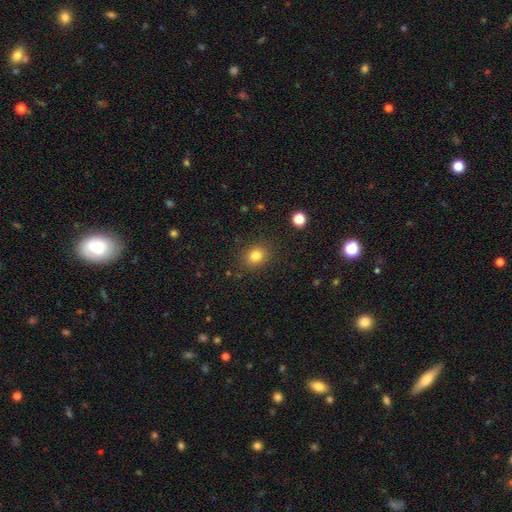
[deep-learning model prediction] This is clearly a smooth galaxy (82%). How rounded: likely round (69%). Merging: clearly none (87%).